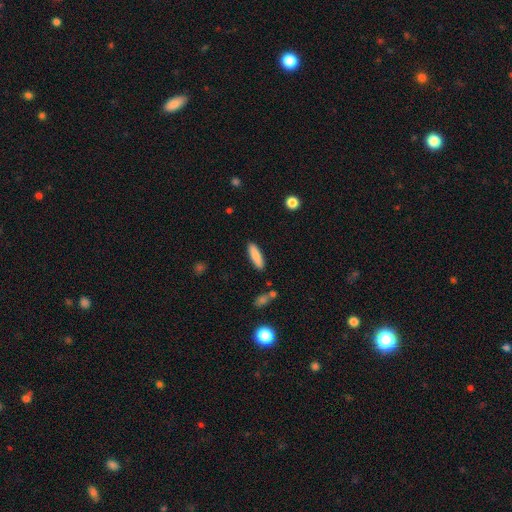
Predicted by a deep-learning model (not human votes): Smooth or featured?
  - smooth: 85% *
  - featured or disk: 9%
  - star or artifact: 6%
How rounded?
  - cigar-shaped: 65% *
  - in between: 34%
  - round: 2%
Merging?
  - none: 89% *
  - minor disturbance: 8%
  - major disturbance: 2%
  - merger: 2%